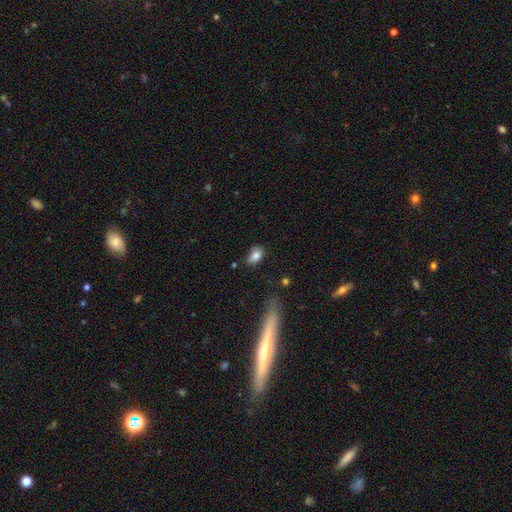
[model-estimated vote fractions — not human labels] The model was most divided on "merging": none: 55%, minor disturbance: 30%, major disturbance: 10%, merger: 6%. More confident: smooth or featured — smooth (81%); how rounded — in between (81%).